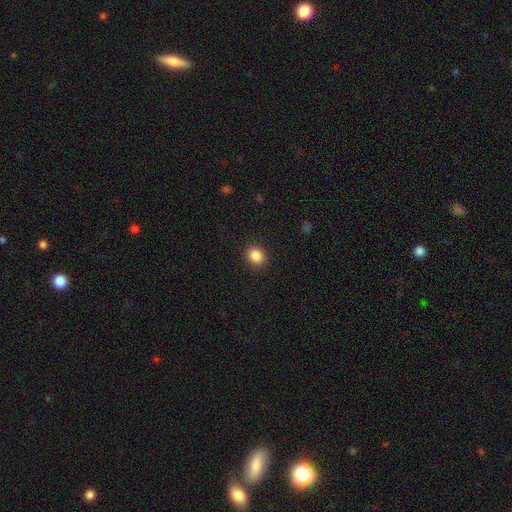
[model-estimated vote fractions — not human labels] Smooth or featured? smooth (86%)
How rounded? round (72%)
Merging? none (90%)